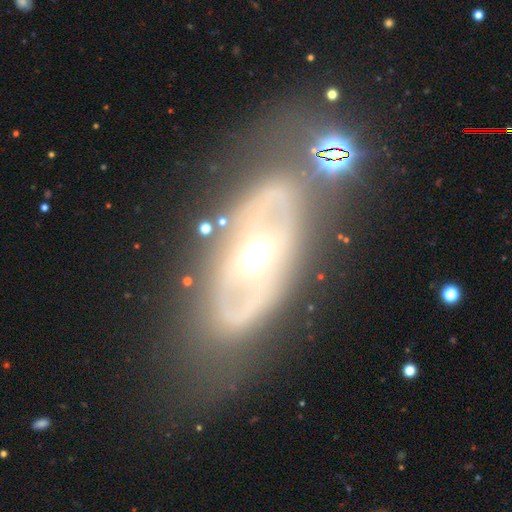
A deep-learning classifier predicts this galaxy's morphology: The model was most divided on "spiral arms": no: 70%, yes: 30%. More confident: edge-on disk — no (87%); smooth or featured — featured or disk (73%); merging — none (70%); bar — no (67%); bulge size — moderate (66%).